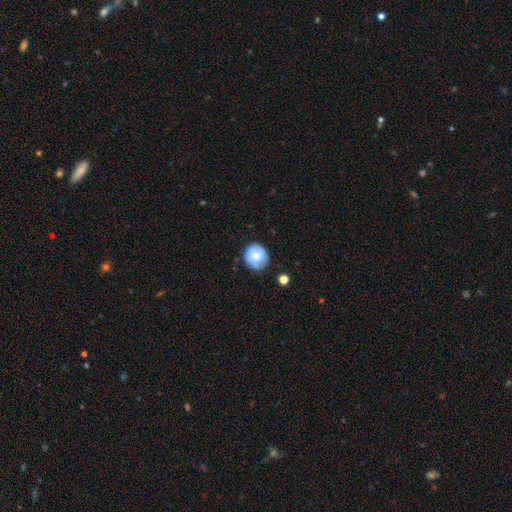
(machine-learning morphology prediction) type=smooth (56%); roundness=round (84%); merging=none (72%).